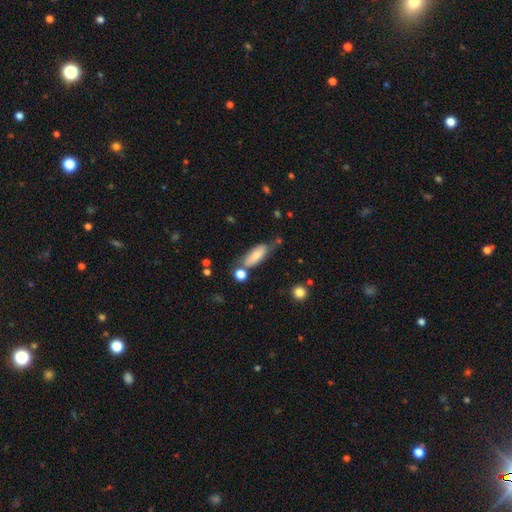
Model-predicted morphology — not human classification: smooth-or-featured: smooth: 73% | featured or disk: 20% | star or artifact: 7%
  how-rounded: in between: 67% | cigar-shaped: 31% | round: 2%
  merging: none: 55% | minor disturbance: 23% | merger: 14% | major disturbance: 8%